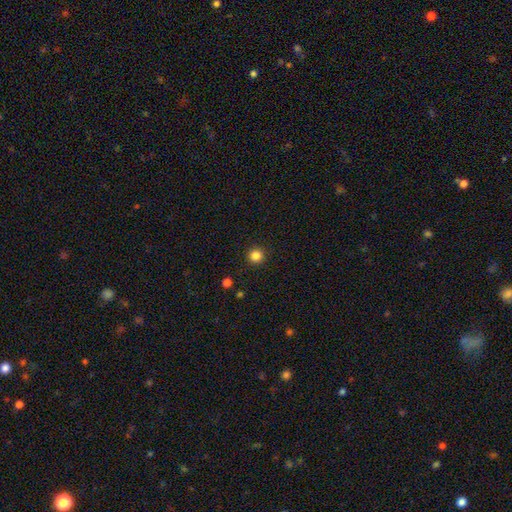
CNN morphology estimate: A smooth galaxy with no disk features (84%) that is round (95%).

Vote fractions:
- Smooth or featured? smooth: 84% / star or artifact: 12% / featured or disk: 4%
- How rounded? round: 95% / in between: 4% / cigar-shaped: 1%
- Merging? none: 93% / minor disturbance: 4% / major disturbance: 2% / merger: 1%